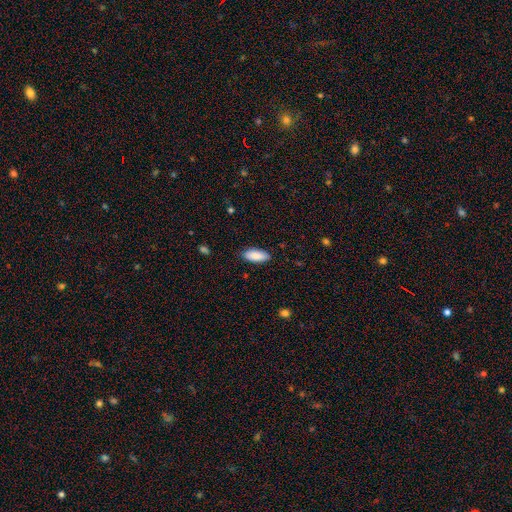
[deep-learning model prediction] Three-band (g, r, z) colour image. It shows a smooth galaxy with no disk features (88%) that is in between round and cigar-shaped (85%). Merging: none (87%).